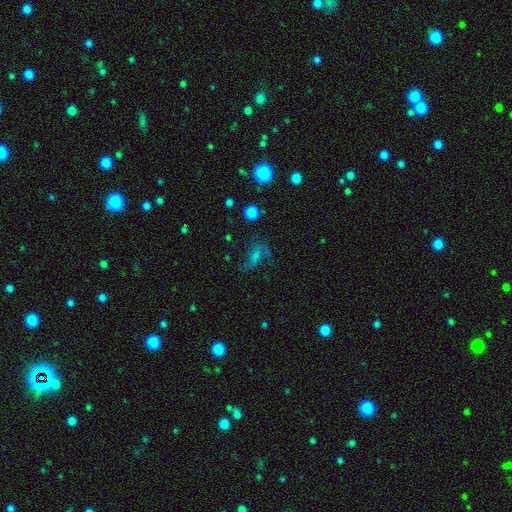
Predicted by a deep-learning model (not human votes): featured or disk 44%, smooth 30%, star or artifact 26%. Down the decision tree: merging — none (53%).